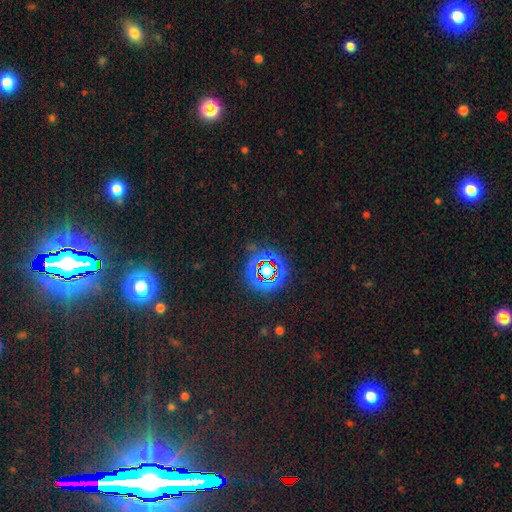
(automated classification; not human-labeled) Smooth or featured? Predicted: star or artifact (p=0.64).